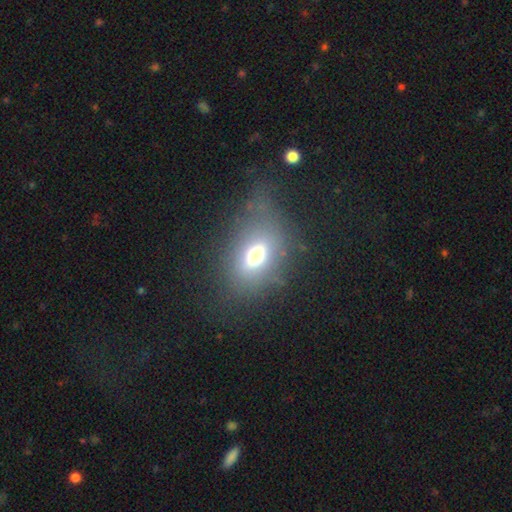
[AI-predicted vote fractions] Smooth or featured: smooth — 62% (featured or disk — 21%)
How rounded: in between — 74% (round — 22%)
Merging: none — 63% (minor disturbance — 17%)